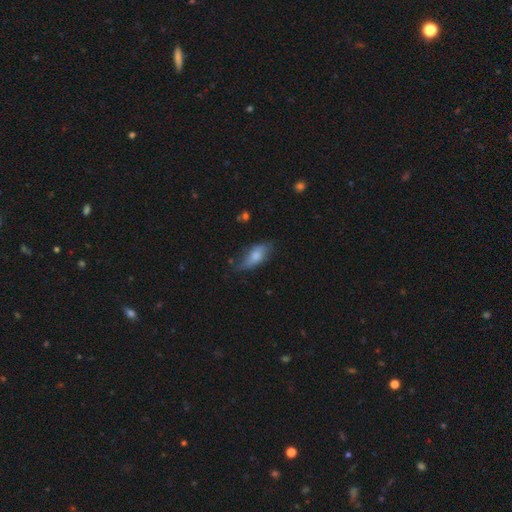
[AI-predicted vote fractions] Overall: smooth (73%). How rounded: in between (83%). Merging: none (55%; minor disturbance 33%).